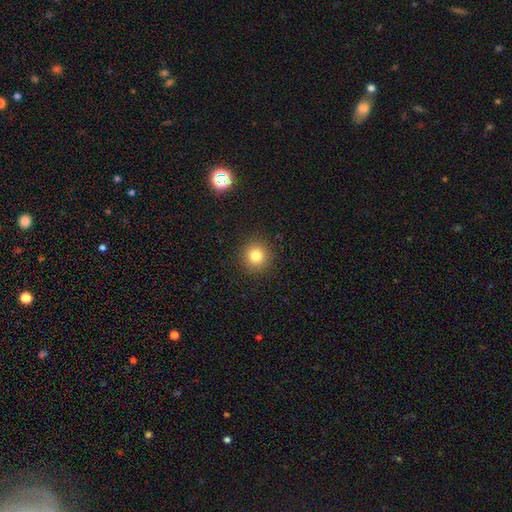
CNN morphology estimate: This is clearly a smooth galaxy (81%). How rounded: clearly round (94%). Merging: clearly none (91%).